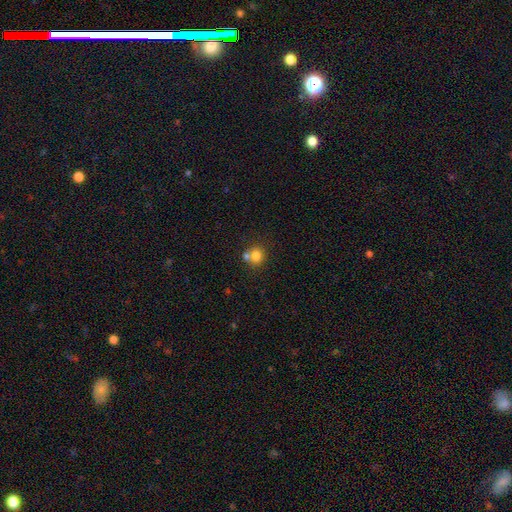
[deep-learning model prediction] smooth_or_featured: smooth (p=0.79) [alt: star or artifact p=0.12]
how_rounded: round (p=0.82) [alt: in between p=0.17]
merging: none (p=0.53) [alt: merger p=0.36]